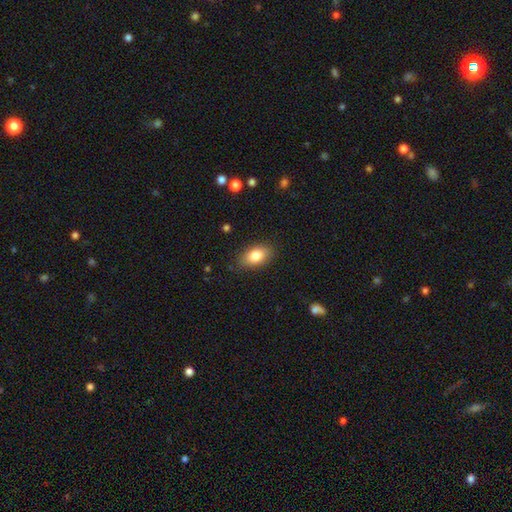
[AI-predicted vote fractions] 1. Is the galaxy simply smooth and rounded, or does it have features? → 82% smooth, 10% featured or disk, 7% star or artifact.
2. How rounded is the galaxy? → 89% in between, 7% round, 3% cigar-shaped.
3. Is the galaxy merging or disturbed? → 84% none, 12% minor disturbance, 3% major disturbance, 1% merger.